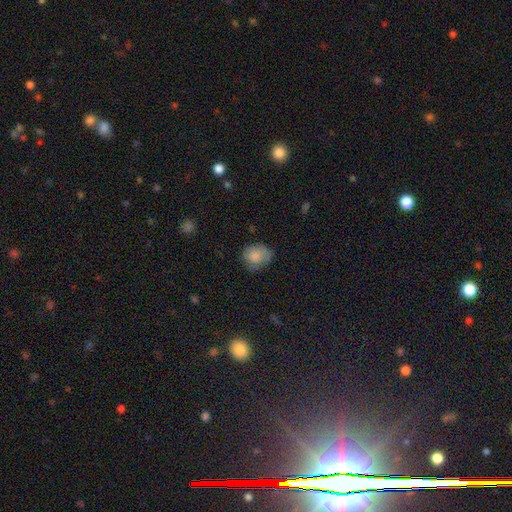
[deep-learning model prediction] smooth 79%, featured or disk 12%, star or artifact 8%. Down the decision tree: how rounded — round (57%); merging — none (59%).